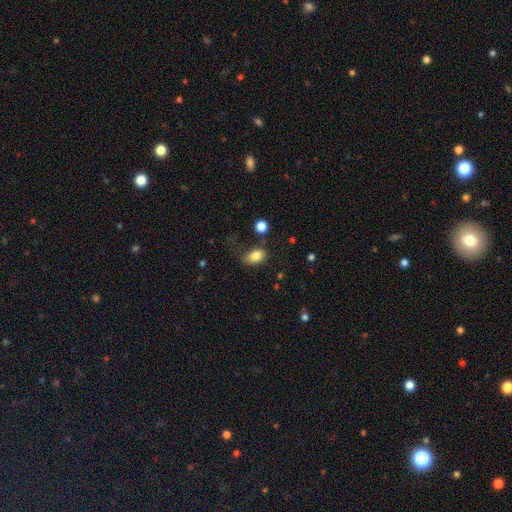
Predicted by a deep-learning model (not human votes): Smooth or featured: smooth — 83% (star or artifact — 9%)
How rounded: in between — 82% (round — 17%)
Merging: none — 60% (minor disturbance — 24%)